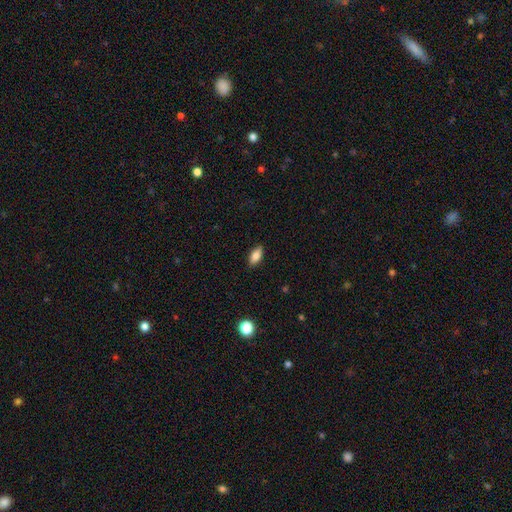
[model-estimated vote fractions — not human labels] The model was most divided on "smooth or featured": smooth: 83%, featured or disk: 9%, star or artifact: 7%. More confident: merging — none (87%); how rounded — in between (86%).